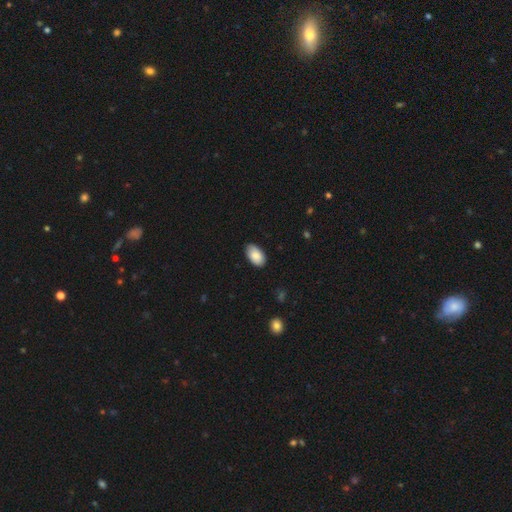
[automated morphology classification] smooth 86%, featured or disk 7%, star or artifact 6%. Down the decision tree: how rounded — in between (95%); merging — none (85%).